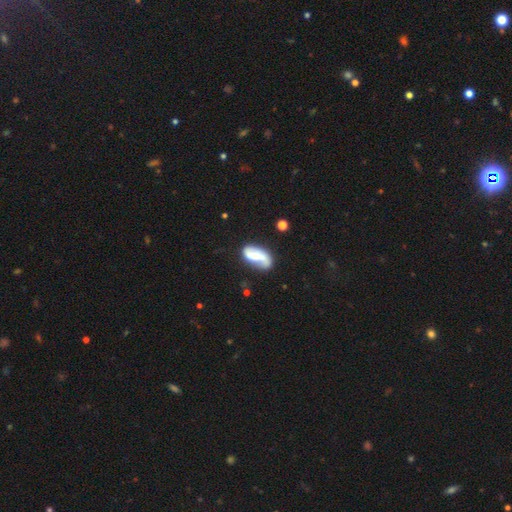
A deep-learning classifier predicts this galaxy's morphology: A featured or disk galaxy (68%) with a weak bar (34%, tied with no), 2 (80%) loose (62%) spiral arms (86%) and a small central bulge (41%).

Vote fractions:
- Smooth or featured? featured or disk: 68% / smooth: 26% / star or artifact: 6%
- Edge-on disk? no: 95% / yes: 5%
- Bar? weak: 34% (tied) / no: 34% (tied) / strong: 31%
- Spiral arms? yes: 86% / no: 14%
- Spiral winding? loose: 62% / medium: 26% / tight: 12%
- Spiral arm count? 2: 80% / 1: 12% / can't tell: 6% / 3: 1% / 4: 1% / more than 4: 1%
- Bulge size? small: 41% / moderate: 40% / none: 10% / large: 6% / dominant: 2%
- Merging? none: 63% / minor disturbance: 22% / major disturbance: 10% / merger: 5%